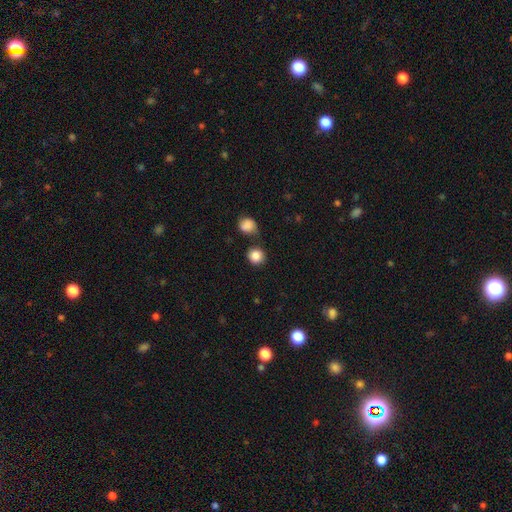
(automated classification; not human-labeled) smooth_or_featured: smooth (p=0.86) [alt: star or artifact p=0.10]
how_rounded: round (p=0.89) [alt: in between p=0.10]
merging: none (p=0.77) [alt: minor disturbance p=0.11]